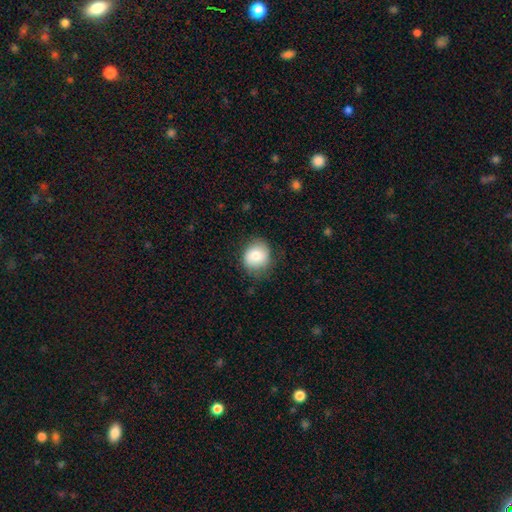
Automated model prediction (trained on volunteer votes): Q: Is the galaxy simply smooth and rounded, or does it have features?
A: smooth — 78%.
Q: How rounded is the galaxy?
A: round — 76%.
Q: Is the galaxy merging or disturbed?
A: none — 76%.